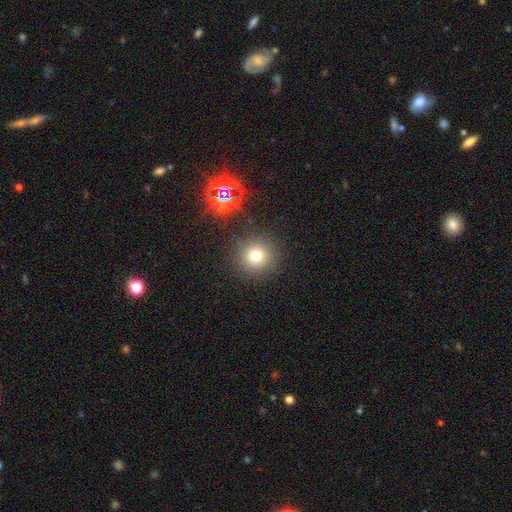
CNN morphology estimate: A smooth galaxy with no disk features (74%) that is round (93%).

Vote fractions:
- Smooth or featured? smooth: 74% / star or artifact: 18% / featured or disk: 8%
- How rounded? round: 93% / in between: 6% / cigar-shaped: 1%
- Merging? none: 87% / minor disturbance: 7% / major disturbance: 3% / merger: 3%